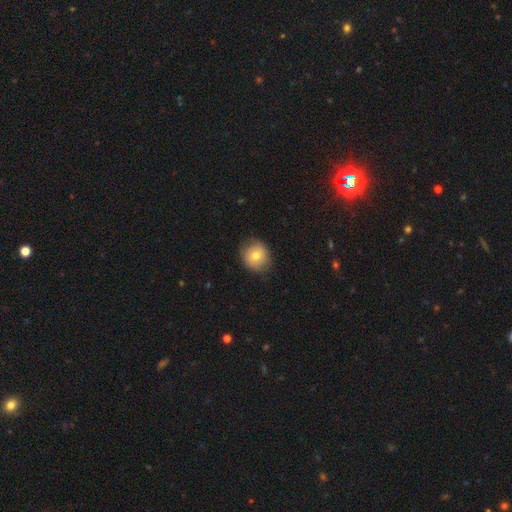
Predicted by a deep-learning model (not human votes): This appears to be a smooth galaxy with no disk features (74%) that is round (87%). Merging: none (80%).